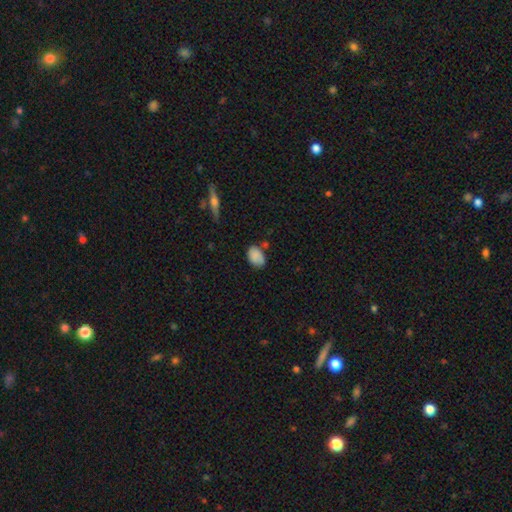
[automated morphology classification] Smooth or featured? Predicted: smooth (p=0.82). How rounded? Predicted: in between (p=0.83). Merging? Predicted: none (p=0.62).